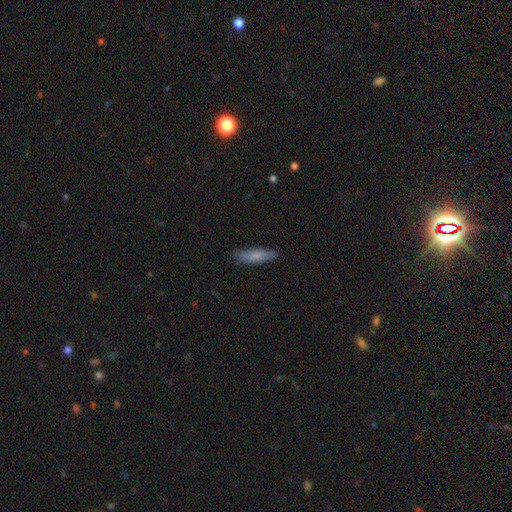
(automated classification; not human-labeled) Overall: smooth (79%). How rounded: cigar-shaped (69%; in between 30%). Merging: none (82%).